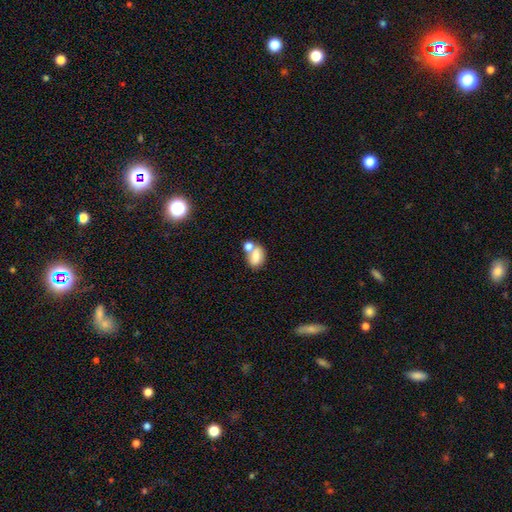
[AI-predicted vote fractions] This is likely a smooth galaxy (73%). How rounded: likely in between (75%). Merging: possibly merger (45%).